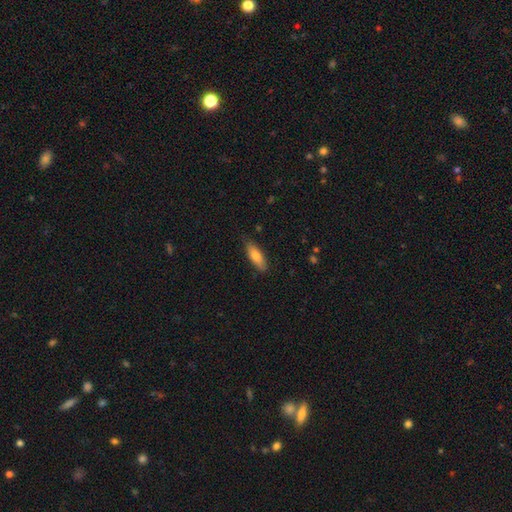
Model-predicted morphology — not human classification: Q: Smooth or featured?
A: smooth (79%); runner-up: featured or disk (15%)
Q: How rounded?
A: in between (59%); runner-up: cigar-shaped (39%)
Q: Merging?
A: none (81%); runner-up: minor disturbance (15%)